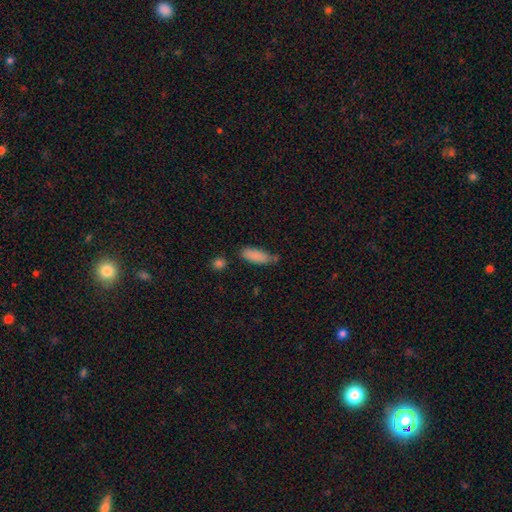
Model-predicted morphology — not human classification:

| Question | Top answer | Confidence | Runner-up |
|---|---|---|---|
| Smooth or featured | smooth | 86% | star or artifact (8%) |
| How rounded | in between | 69% | cigar-shaped (28%) |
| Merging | none | 56% | minor disturbance (29%) |